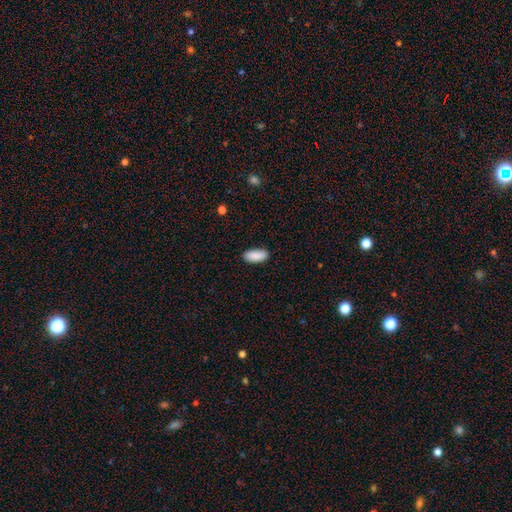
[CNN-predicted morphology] Smooth or featured? smooth (90%)
How rounded? in between (90%)
Merging? none (87%)